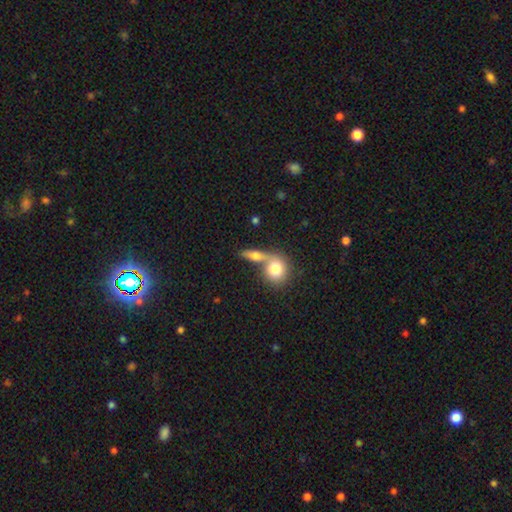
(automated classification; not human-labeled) Smooth or featured: smooth — 68% (featured or disk — 24%)
How rounded: in between — 46% (round — 30%)
Merging: merger — 47% (none — 40%)